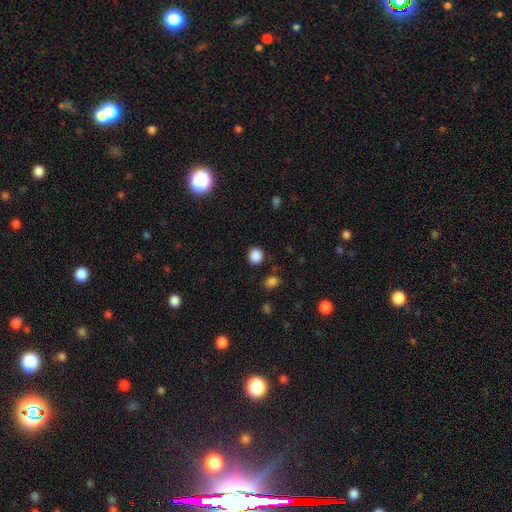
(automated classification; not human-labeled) smooth 87%, star or artifact 10%, featured or disk 3%. Down the decision tree: how rounded — round (83%); merging — none (86%).